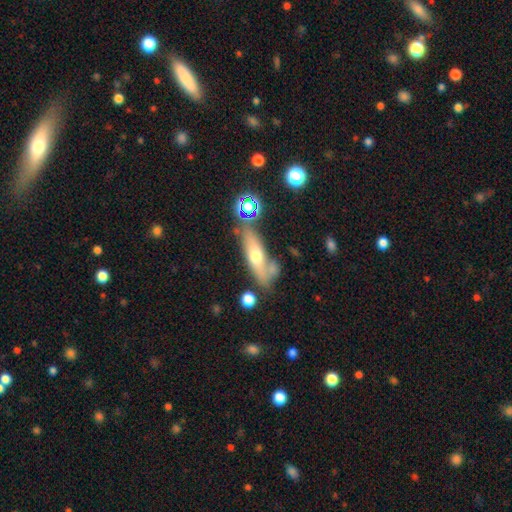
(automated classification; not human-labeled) A smooth galaxy with no disk features (51%) that is cigar-shaped (51%).

Vote fractions:
- Smooth or featured? smooth: 51% / featured or disk: 38% / star or artifact: 11%
- How rounded? cigar-shaped: 51% / in between: 45% / round: 4%
- Merging? none: 55% / minor disturbance: 19% / merger: 16% / major disturbance: 9%